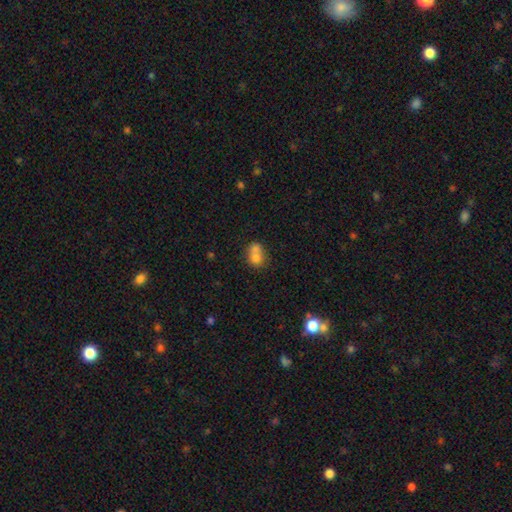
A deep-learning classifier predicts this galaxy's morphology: Overall: smooth (71%). How rounded: round (58%; in between 41%). Merging: merger (62%; none 25%).